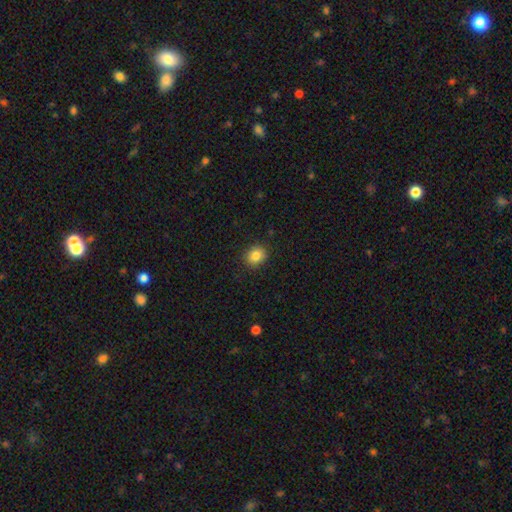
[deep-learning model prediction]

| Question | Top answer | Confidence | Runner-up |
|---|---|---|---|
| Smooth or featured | smooth | 85% | star or artifact (10%) |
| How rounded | round | 63% | in between (36%) |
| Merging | none | 87% | minor disturbance (10%) |